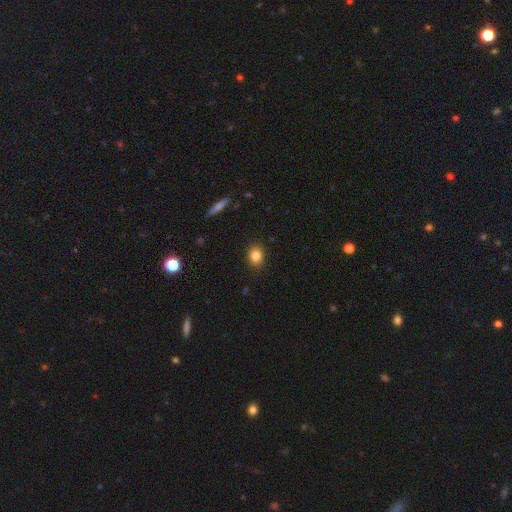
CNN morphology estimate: Smooth or featured?
  - smooth: 84% *
  - star or artifact: 10%
  - featured or disk: 6%
How rounded?
  - round: 54% *
  - in between: 44%
  - cigar-shaped: 1%
Merging?
  - none: 87% *
  - minor disturbance: 10%
  - major disturbance: 2%
  - merger: 1%